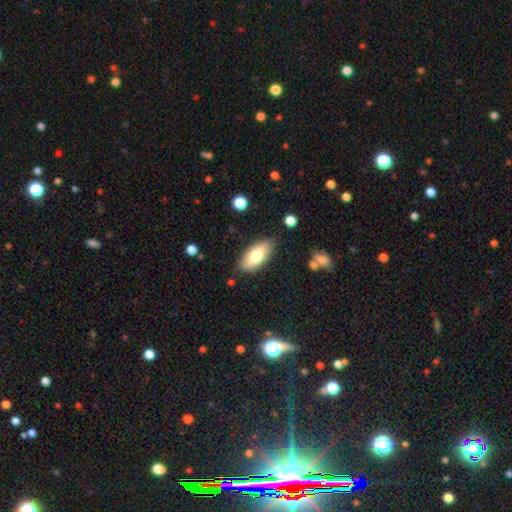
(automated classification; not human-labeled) smooth-or-featured: smooth: 73% | featured or disk: 20% | star or artifact: 7%
  how-rounded: in between: 88% | cigar-shaped: 9% | round: 3%
  merging: none: 83% | minor disturbance: 12% | major disturbance: 3% | merger: 2%